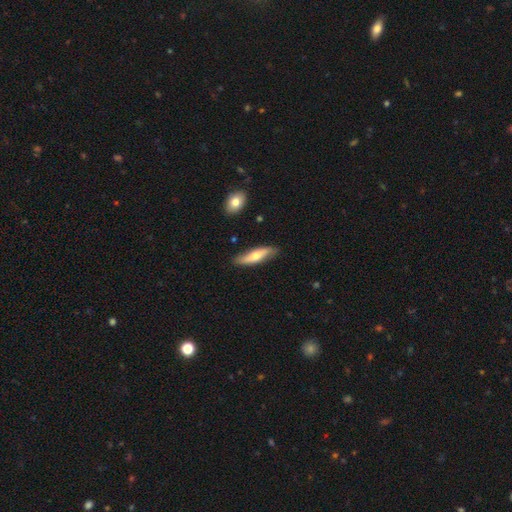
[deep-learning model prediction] Overall: smooth (55%; featured or disk 40%). How rounded: cigar-shaped (63%; in between 35%). Merging: none (80%).